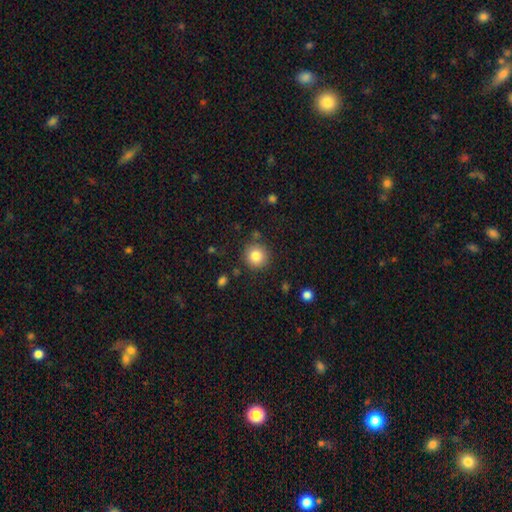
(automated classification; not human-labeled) This is clearly a smooth galaxy (83%). How rounded: clearly round (92%). Merging: clearly none (86%).